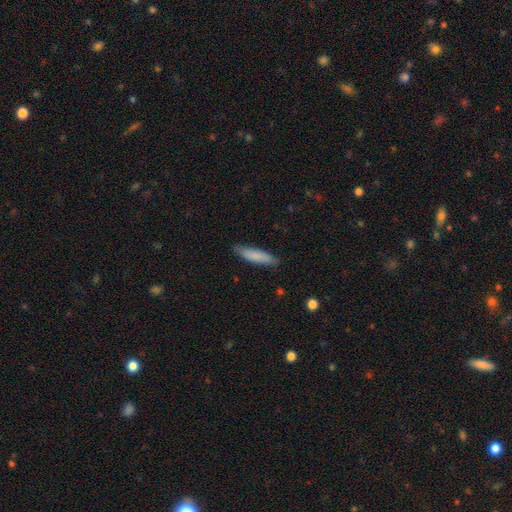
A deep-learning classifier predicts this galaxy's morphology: This is clearly a smooth galaxy (82%). How rounded: likely cigar-shaped (79%). Merging: clearly none (84%).